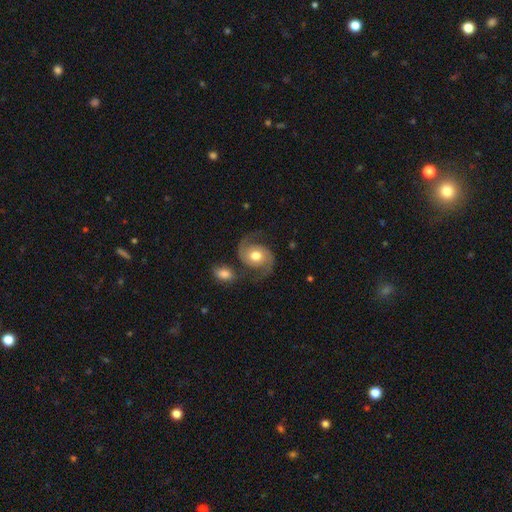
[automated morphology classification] Smooth or featured?
  - featured or disk: 86% *
  - smooth: 9%
  - star or artifact: 5%
Edge-on disk?
  - no: 98% *
  - yes: 2%
Bar?
  - no: 70% *
  - weak: 24%
  - strong: 6%
Spiral arms?
  - yes: 97% *
  - no: 3%
Spiral winding?
  - medium: 56% *
  - loose: 26%
  - tight: 18%
Spiral arm count?
  - 2: 94% *
  - can't tell: 2%
  - 1: 1%
  - 3: 1%
  - 4: 1%
  - more than 4: 1%
Bulge size?
  - moderate: 75% *
  - large: 15%
  - small: 7%
  - dominant: 1%
  - none: 1%
Merging?
  - none: 72% *
  - minor disturbance: 14%
  - merger: 7%
  - major disturbance: 7%